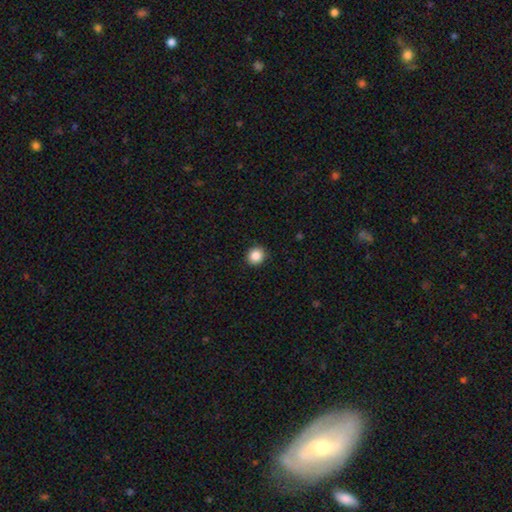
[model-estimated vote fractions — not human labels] The model was most divided on "smooth or featured": smooth: 87%, star or artifact: 10%, featured or disk: 4%. More confident: merging — none (91%); how rounded — round (89%).